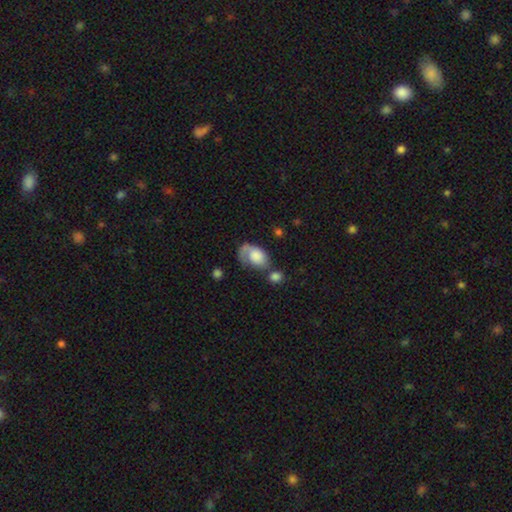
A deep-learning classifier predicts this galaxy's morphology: A smooth galaxy with no disk features (57%) that is in between round and cigar-shaped (81%). Merging: none (33%).